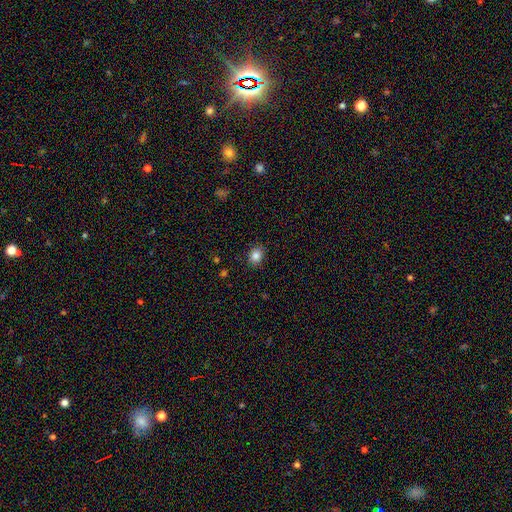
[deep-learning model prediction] Smooth or featured? Predicted: smooth (p=0.84). How rounded? Predicted: round (p=0.54). Merging? Predicted: none (p=0.88).